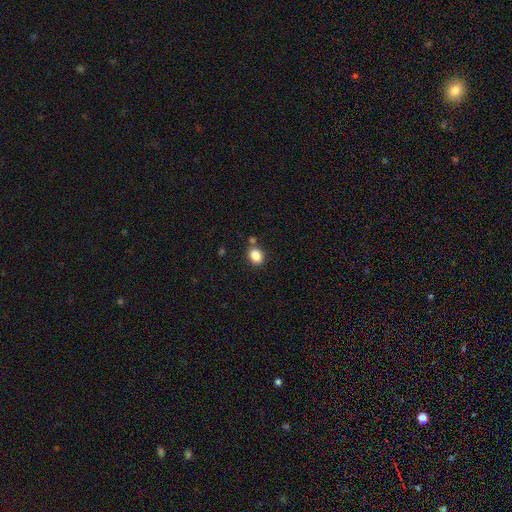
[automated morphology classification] Smooth or featured? Predicted: smooth (p=0.85). How rounded? Predicted: in between (p=0.58). Merging? Predicted: none (p=0.75).